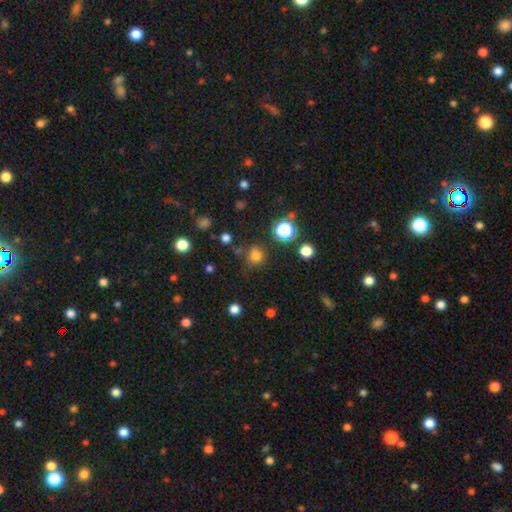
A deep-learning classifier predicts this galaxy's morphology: smooth 75%, star or artifact 20%, featured or disk 6%. Down the decision tree: how rounded — round (86%); merging — none (75%).